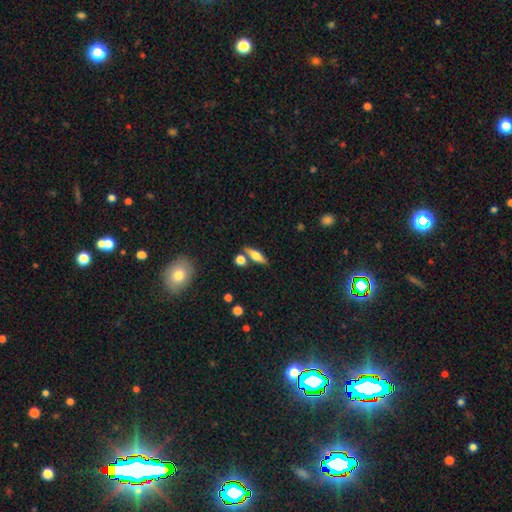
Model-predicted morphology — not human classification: smooth-or-featured: smooth: 52% | featured or disk: 40% | star or artifact: 8%
  how-rounded: in between: 51% | cigar-shaped: 43% | round: 5%
  merging: none: 73% | merger: 12% | minor disturbance: 11% | major disturbance: 3%